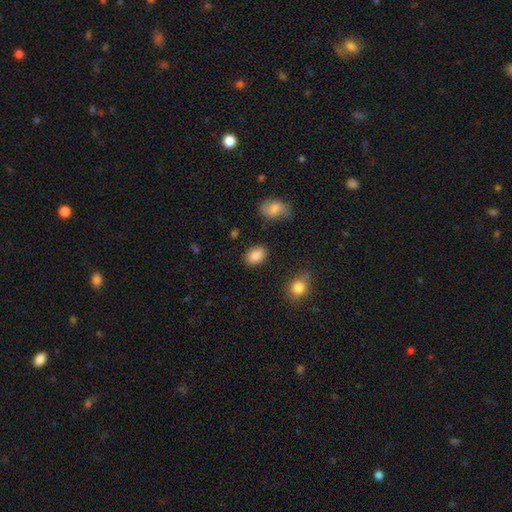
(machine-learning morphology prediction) A smooth galaxy with no disk features (86%) that is in between round and cigar-shaped (75%). Merging: none (85%).